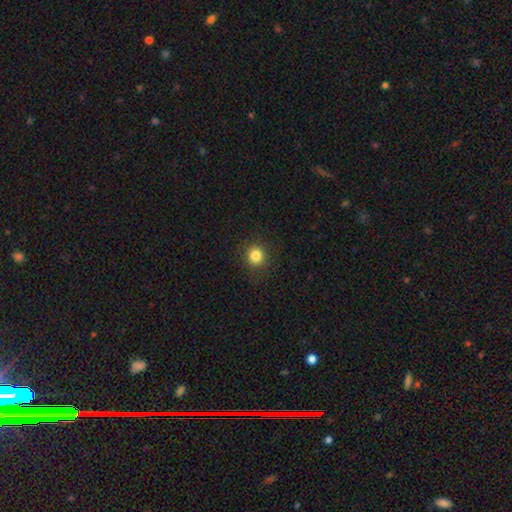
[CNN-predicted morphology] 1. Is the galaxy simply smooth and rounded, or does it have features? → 83% smooth, 12% star or artifact, 5% featured or disk.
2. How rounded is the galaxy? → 90% round, 9% in between, 1% cigar-shaped.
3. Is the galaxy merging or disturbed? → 90% none, 7% minor disturbance, 3% major disturbance, 1% merger.